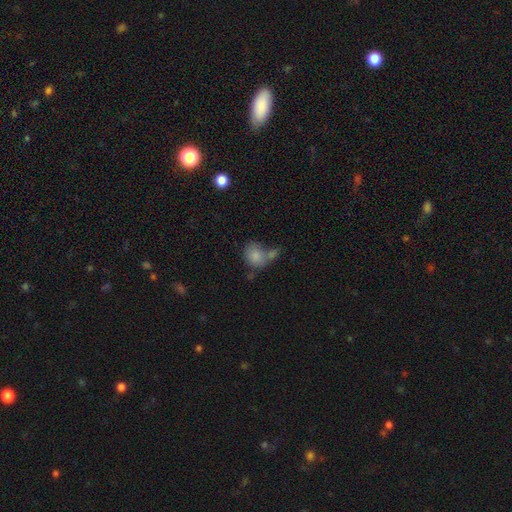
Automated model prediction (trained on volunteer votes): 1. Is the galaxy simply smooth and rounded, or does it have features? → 81% smooth, 11% featured or disk, 8% star or artifact.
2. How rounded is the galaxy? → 54% round, 45% in between, 1% cigar-shaped.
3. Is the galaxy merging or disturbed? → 40% merger, 36% none, 15% minor disturbance, 8% major disturbance.